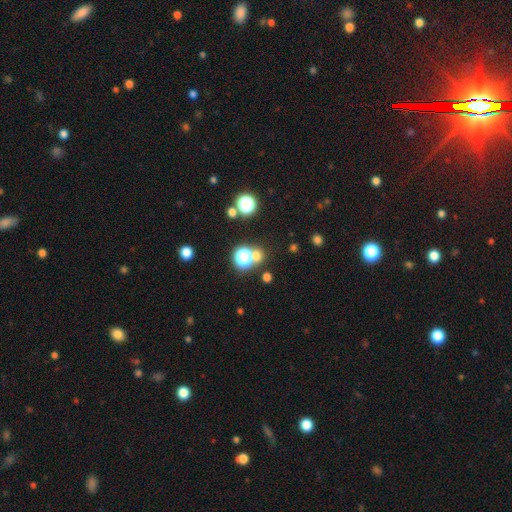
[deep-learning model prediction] Overall: smooth (57%; star or artifact 36%). How rounded: round (85%). Merging: none (68%).